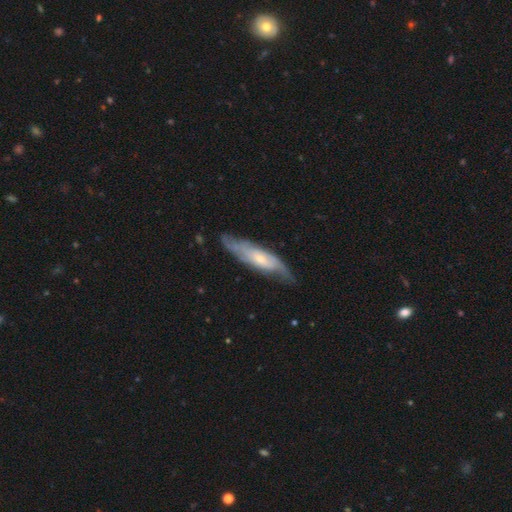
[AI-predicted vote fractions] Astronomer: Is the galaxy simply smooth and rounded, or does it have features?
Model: featured or disk — 68%.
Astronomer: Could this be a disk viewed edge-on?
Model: no — 55% (runner-up: yes, 45%).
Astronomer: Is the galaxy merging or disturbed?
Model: none — 75%.